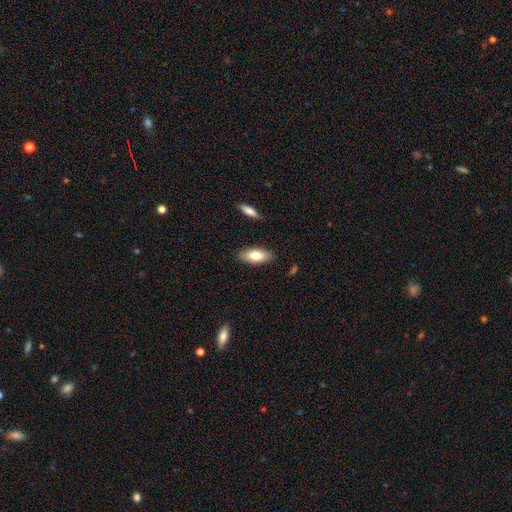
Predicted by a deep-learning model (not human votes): A smooth galaxy with no disk features (76%) that is in between round and cigar-shaped (83%). Merging: none (86%).